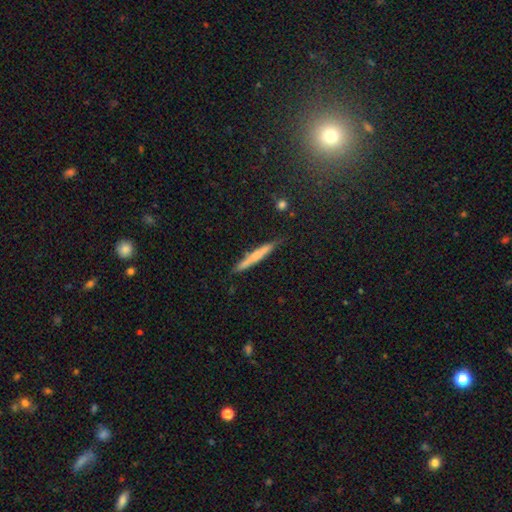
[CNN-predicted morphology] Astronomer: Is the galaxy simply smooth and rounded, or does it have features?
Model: smooth — 58% (runner-up: featured or disk, 35%).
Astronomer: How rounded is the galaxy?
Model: cigar-shaped — 94%.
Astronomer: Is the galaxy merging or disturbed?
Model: none — 84%.